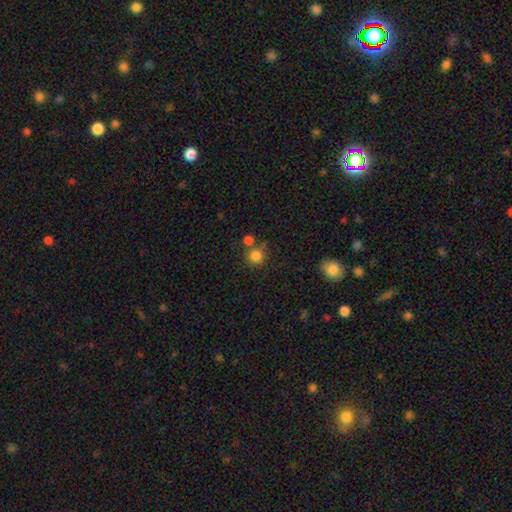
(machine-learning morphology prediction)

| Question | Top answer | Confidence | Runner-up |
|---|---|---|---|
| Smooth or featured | smooth | 83% | star or artifact (12%) |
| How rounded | round | 91% | in between (8%) |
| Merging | none | 66% | merger (20%) |